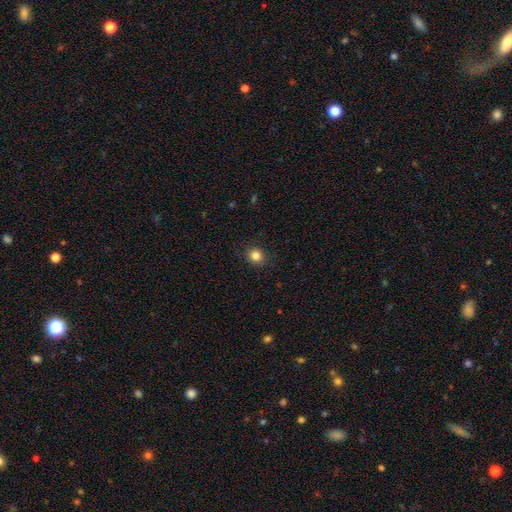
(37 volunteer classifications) Q: Smooth or featured?
A: smooth (95%); runner-up: featured or disk (3%)
Q: How rounded?
A: round (86%); runner-up: in between (14%)
Q: Merging?
A: none (92%); runner-up: minor disturbance (6%)